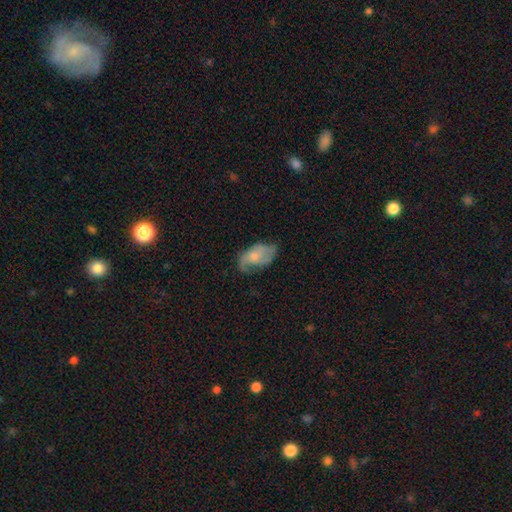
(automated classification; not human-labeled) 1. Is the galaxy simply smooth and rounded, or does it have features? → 58% featured or disk, 34% smooth, 7% star or artifact.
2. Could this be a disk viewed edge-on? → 96% no, 4% yes.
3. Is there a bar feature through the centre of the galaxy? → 72% no, 24% weak, 3% strong.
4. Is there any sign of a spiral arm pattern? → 80% yes, 20% no.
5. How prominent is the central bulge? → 38% moderate, 36% small, 16% none, 8% large, 2% dominant.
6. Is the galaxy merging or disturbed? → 49% none, 28% minor disturbance, 20% major disturbance, 2% merger.